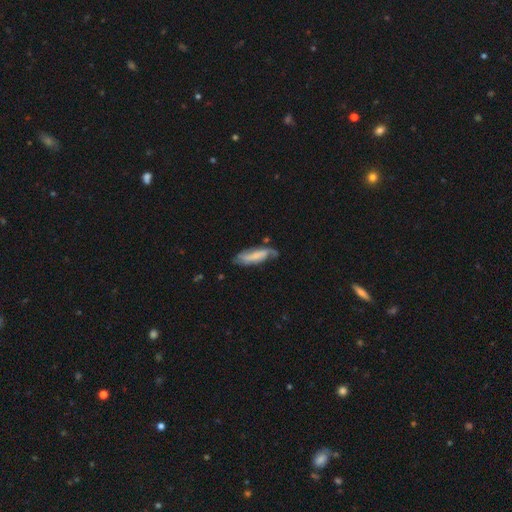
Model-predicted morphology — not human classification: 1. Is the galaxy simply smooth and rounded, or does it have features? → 51% featured or disk, 43% smooth, 7% star or artifact.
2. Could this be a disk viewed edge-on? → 78% no, 22% yes.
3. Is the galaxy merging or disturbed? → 55% none, 28% minor disturbance, 14% major disturbance, 3% merger.